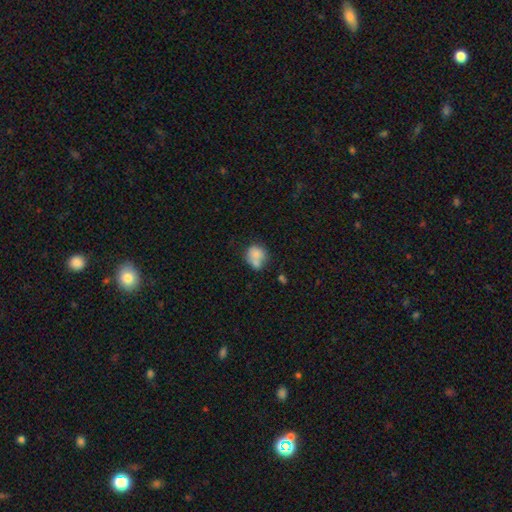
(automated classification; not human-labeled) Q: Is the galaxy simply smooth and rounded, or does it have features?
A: smooth — 75%.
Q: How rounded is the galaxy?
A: round — 68%.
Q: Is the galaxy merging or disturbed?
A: none — 40%.